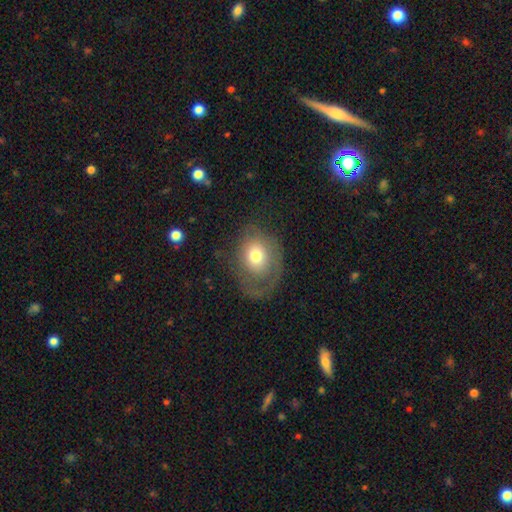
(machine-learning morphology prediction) This appears to be a smooth galaxy with no disk features (58%) that is in between round and cigar-shaped (56%). Merging: none (46%).